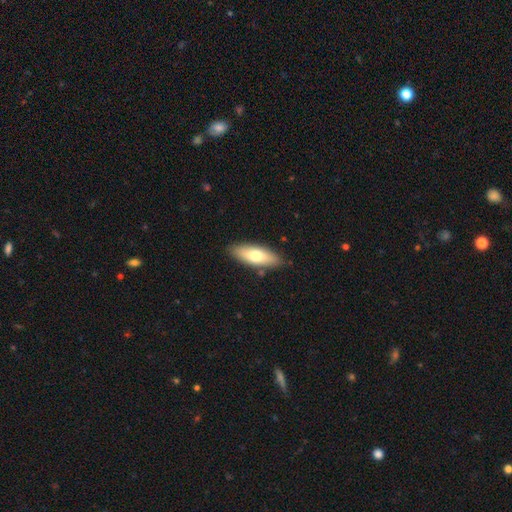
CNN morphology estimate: A smooth galaxy with no disk features (70%) that is in between round and cigar-shaped (65%). Merging: none (85%).